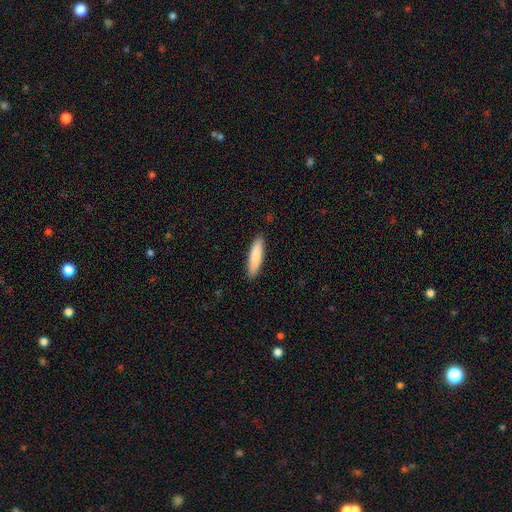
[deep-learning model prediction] Smooth or featured? Predicted: smooth (p=0.85). How rounded? Predicted: cigar-shaped (p=0.71). Merging? Predicted: none (p=0.89).